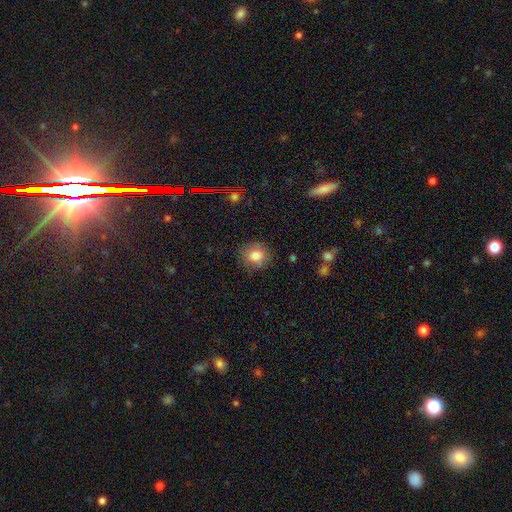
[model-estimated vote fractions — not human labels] A smooth galaxy with no disk features (81%) that is round (80%). Merging: none (81%).